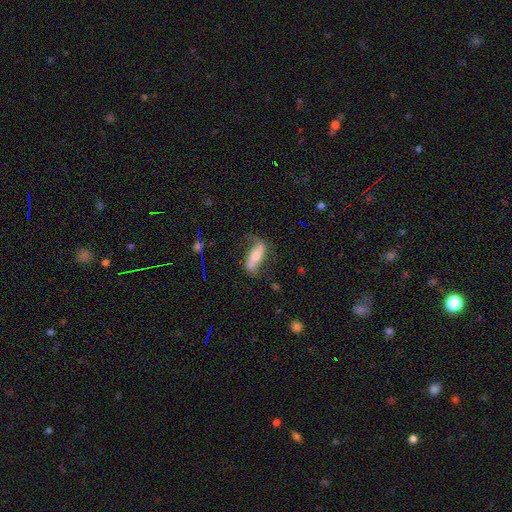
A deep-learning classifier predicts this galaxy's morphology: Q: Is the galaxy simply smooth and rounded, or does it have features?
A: featured or disk — 69%.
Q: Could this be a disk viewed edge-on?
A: no — 81%.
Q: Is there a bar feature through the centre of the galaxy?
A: strong — 49%.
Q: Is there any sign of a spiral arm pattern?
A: yes — 86%.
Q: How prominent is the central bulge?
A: moderate — 49%.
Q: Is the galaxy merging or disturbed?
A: none — 66%.